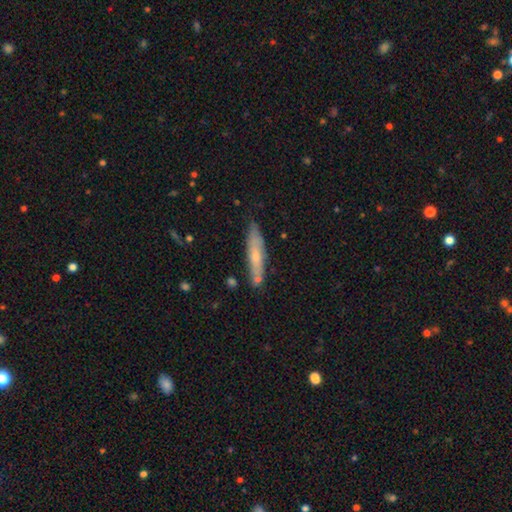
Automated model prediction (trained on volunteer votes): Smooth or featured? Predicted: smooth (p=0.57). How rounded? Predicted: cigar-shaped (p=0.86). Merging? Predicted: none (p=0.75).